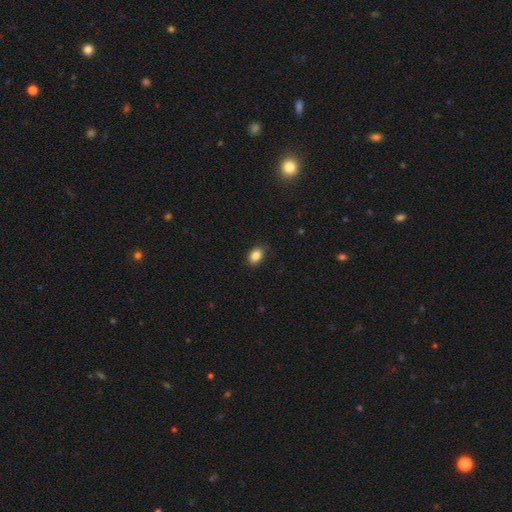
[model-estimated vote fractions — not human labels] A smooth galaxy with no disk features (86%) that is in between round and cigar-shaped (80%).

Vote fractions:
- Smooth or featured? smooth: 86% / star or artifact: 9% / featured or disk: 5%
- How rounded? in between: 80% / round: 19% / cigar-shaped: 1%
- Merging? none: 85% / minor disturbance: 12% / major disturbance: 2% / merger: 1%